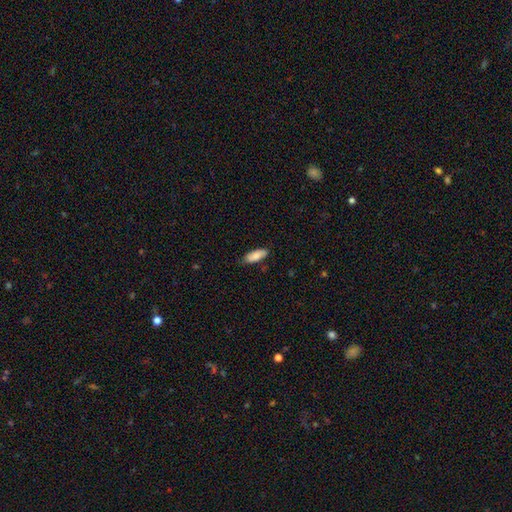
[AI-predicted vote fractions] Q: Smooth or featured?
A: smooth (86%); runner-up: featured or disk (8%)
Q: How rounded?
A: in between (73%); runner-up: cigar-shaped (25%)
Q: Merging?
A: none (80%); runner-up: minor disturbance (16%)